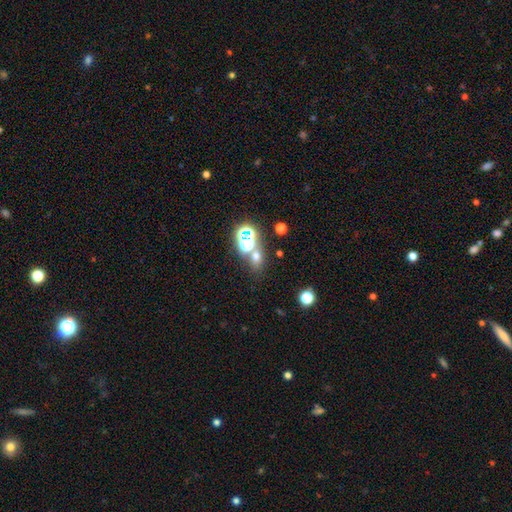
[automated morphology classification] Smooth or featured? smooth (54%)
How rounded? in between (50%)
Merging? none (61%)